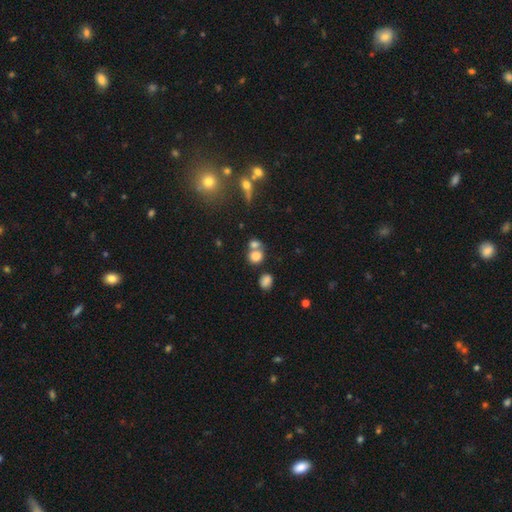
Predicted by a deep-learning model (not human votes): Morphology: type=smooth (76%); roundness=round (72%); merging=none (44%, tied with merger).